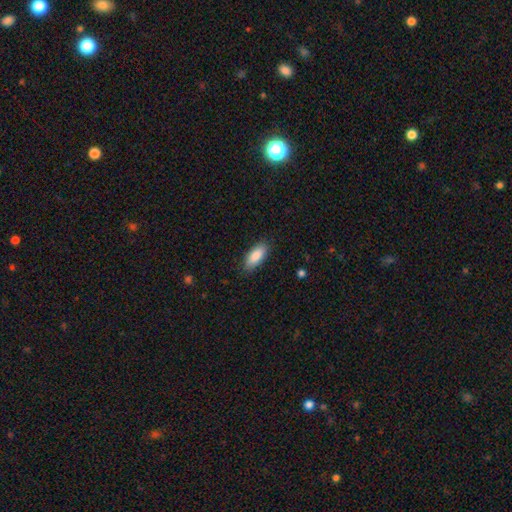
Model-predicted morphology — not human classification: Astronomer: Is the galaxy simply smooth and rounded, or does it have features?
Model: smooth — 87%.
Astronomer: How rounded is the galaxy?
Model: in between — 81%.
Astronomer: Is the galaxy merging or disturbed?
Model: none — 86%.